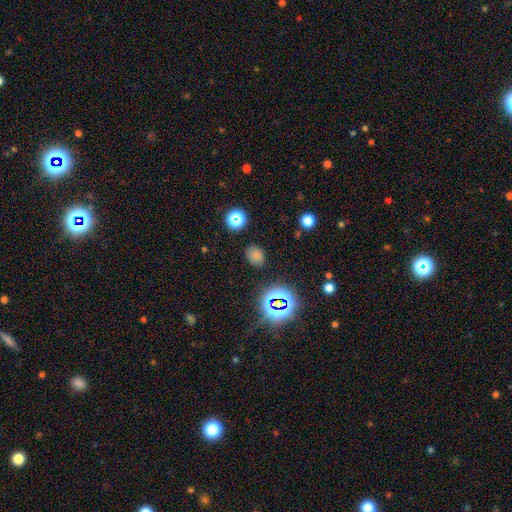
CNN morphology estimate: The model was most divided on "how rounded": round: 51%, in between: 48%, cigar-shaped: 1%. More confident: merging — none (83%); smooth or featured — smooth (70%).